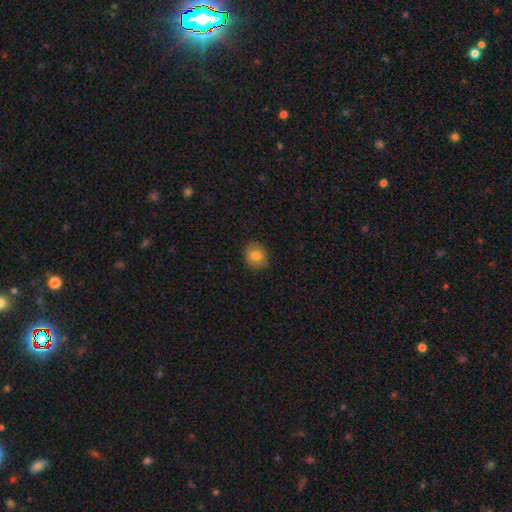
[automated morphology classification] smooth 81%, featured or disk 10%, star or artifact 9%. Down the decision tree: how rounded — round (65%); merging — none (86%).